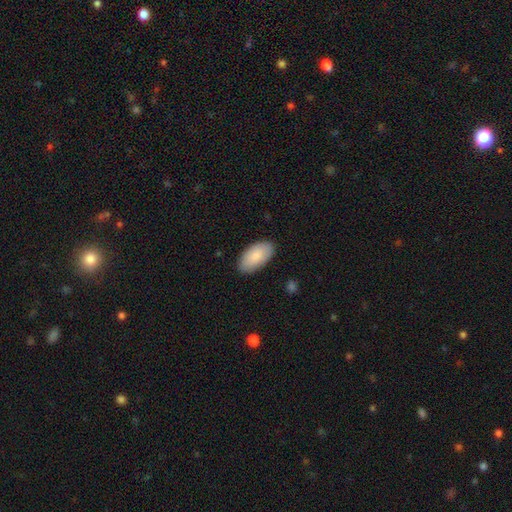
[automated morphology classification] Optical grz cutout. It shows a smooth galaxy with no disk features (84%) that is in between round and cigar-shaped (96%). Merging: none (86%).